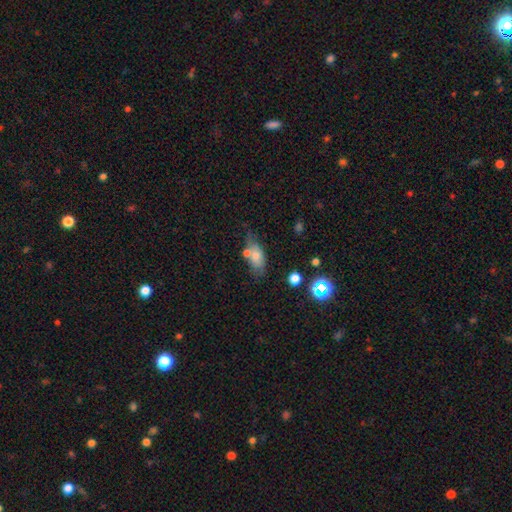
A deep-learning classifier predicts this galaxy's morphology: Smooth or featured: smooth — 65% (featured or disk — 23%)
How rounded: in between — 81% (cigar-shaped — 11%)
Merging: none — 49% (minor disturbance — 22%)